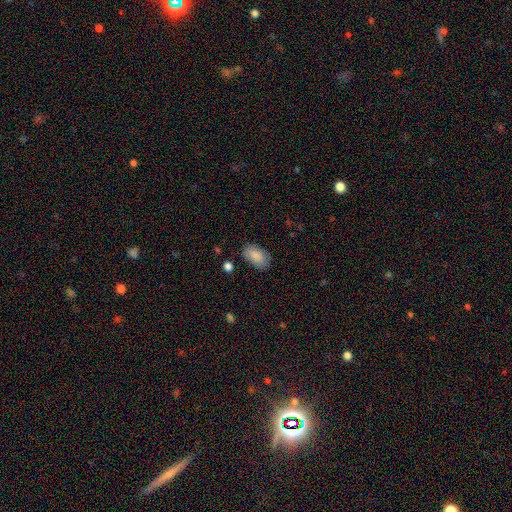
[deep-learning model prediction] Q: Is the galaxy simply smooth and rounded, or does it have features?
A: smooth — 88%.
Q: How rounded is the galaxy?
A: in between — 93%.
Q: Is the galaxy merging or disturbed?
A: none — 78%.